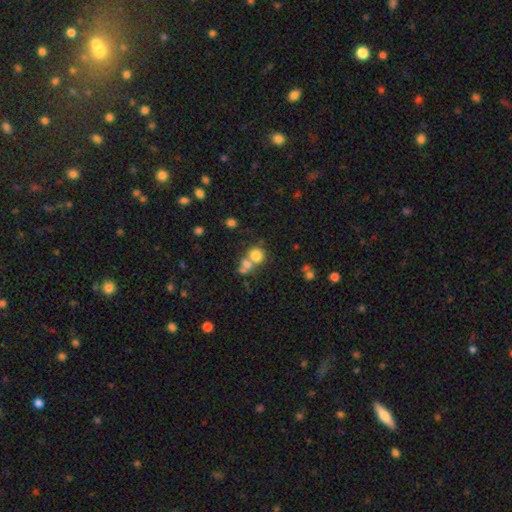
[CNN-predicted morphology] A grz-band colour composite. It shows a smooth galaxy with no disk features (76%) that is round (83%). Merging: none (45%).